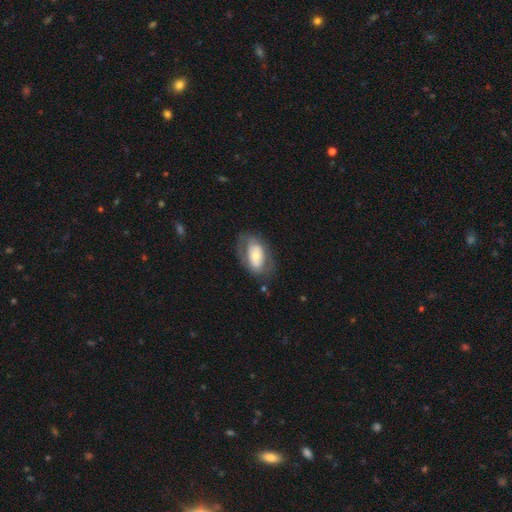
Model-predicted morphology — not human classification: Smooth or featured? Predicted: smooth (p=0.48). Merging? Predicted: none (p=0.64).